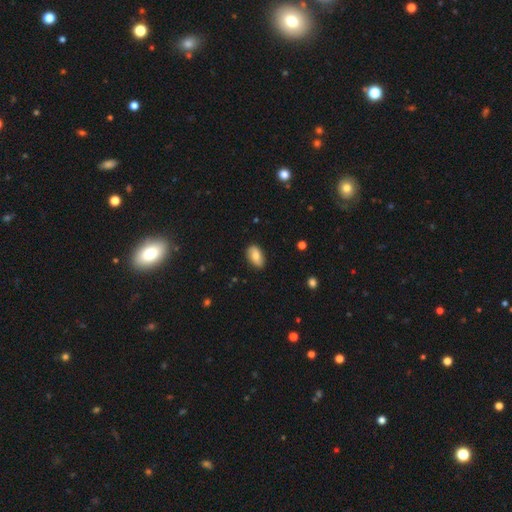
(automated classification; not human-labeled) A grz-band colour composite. It shows a smooth galaxy with no disk features (71%) that is in between round and cigar-shaped (92%). Merging: none (84%).